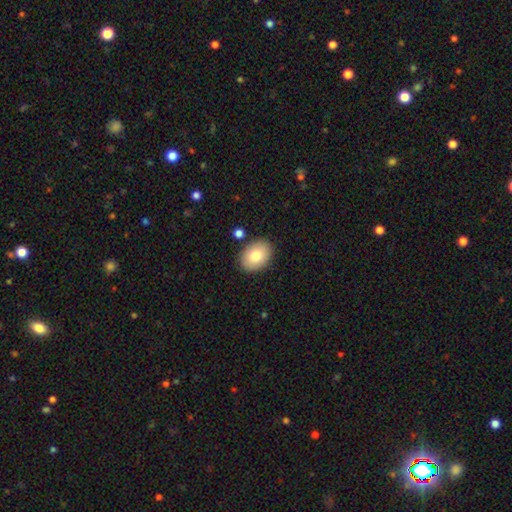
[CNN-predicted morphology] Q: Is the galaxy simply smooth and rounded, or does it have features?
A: smooth — 81%.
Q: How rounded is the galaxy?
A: in between — 74%.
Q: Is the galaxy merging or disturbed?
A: none — 86%.